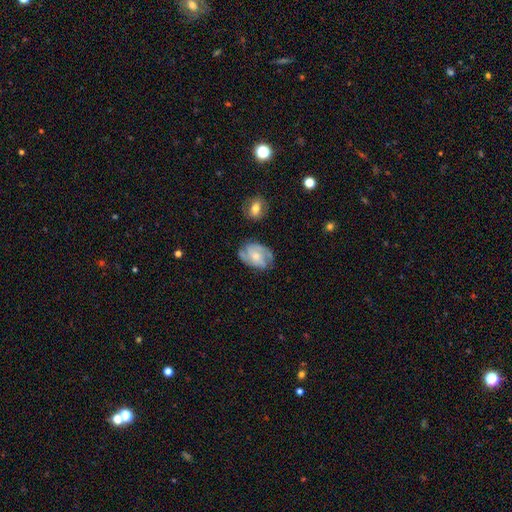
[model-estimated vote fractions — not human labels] Q: Smooth or featured?
A: featured or disk (71%); runner-up: smooth (23%)
Q: Edge-on disk?
A: no (97%); runner-up: yes (3%)
Q: Bar?
A: no (55%); runner-up: weak (36%)
Q: Spiral arms?
A: yes (90%); runner-up: no (10%)
Q: Spiral winding?
A: medium (45%); runner-up: tight (39%)
Q: Spiral arm count?
A: 2 (59%); runner-up: can't tell (18%)
Q: Bulge size?
A: moderate (49%); runner-up: small (42%)
Q: Merging?
A: none (68%); runner-up: minor disturbance (21%)